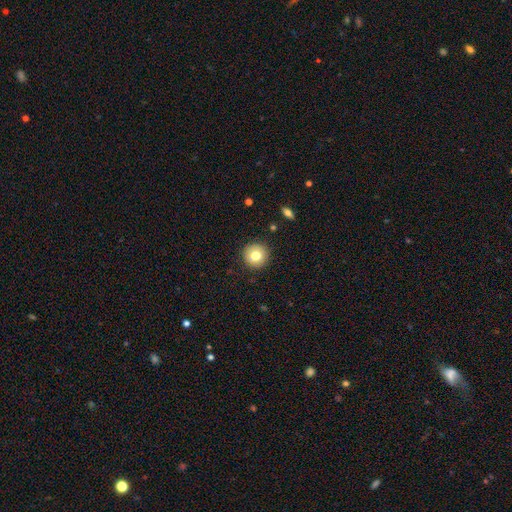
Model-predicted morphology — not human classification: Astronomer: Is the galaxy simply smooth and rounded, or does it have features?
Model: smooth — 78%.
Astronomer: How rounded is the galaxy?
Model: round — 95%.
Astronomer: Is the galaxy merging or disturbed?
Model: none — 91%.